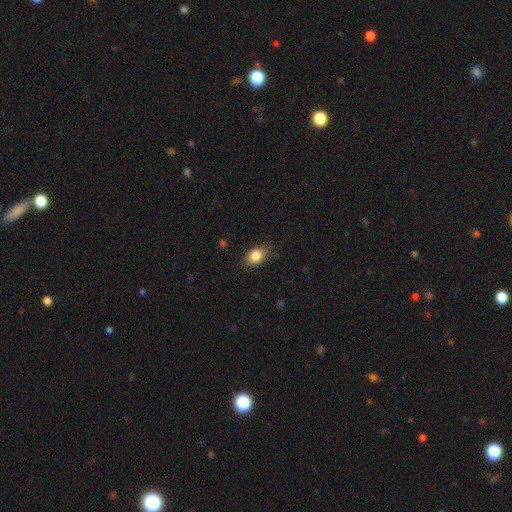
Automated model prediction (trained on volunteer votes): The model was most divided on "how rounded": in between: 81%, round: 18%, cigar-shaped: 2%. More confident: smooth or featured — smooth (85%); merging — none (83%).